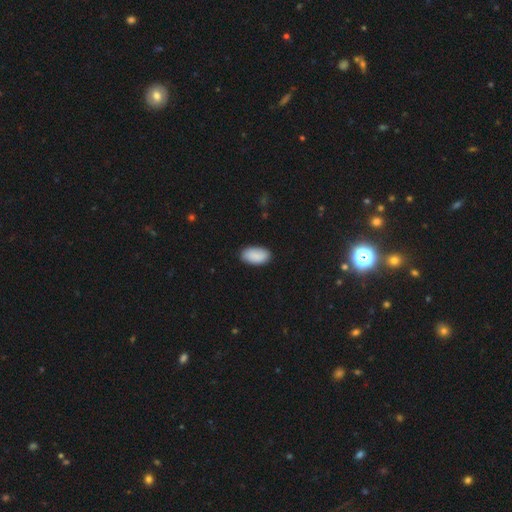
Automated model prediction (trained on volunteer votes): Overall: smooth (90%). How rounded: in between (95%). Merging: none (86%).